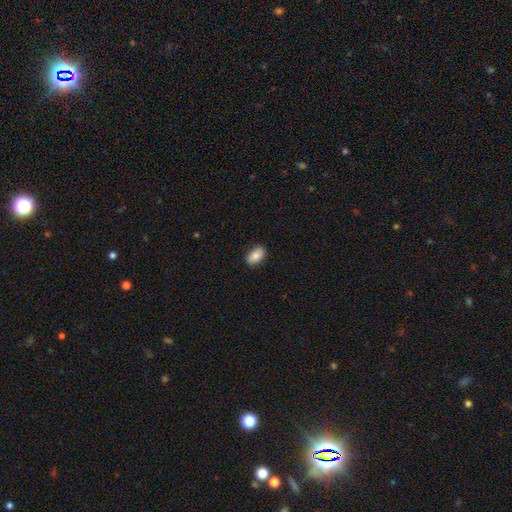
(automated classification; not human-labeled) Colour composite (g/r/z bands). It shows a smooth galaxy with no disk features (84%) that is in between round and cigar-shaped (91%). Merging: none (88%).